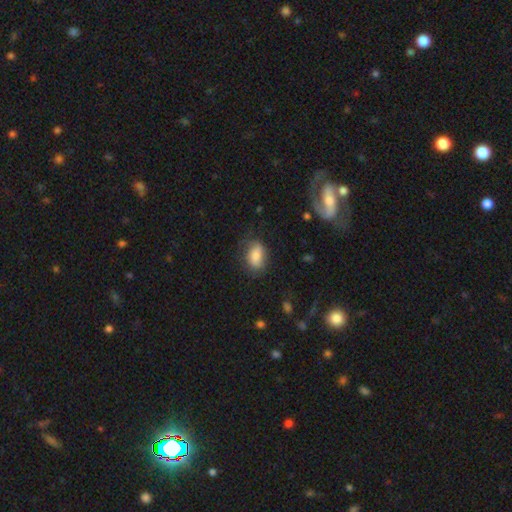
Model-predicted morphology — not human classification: A smooth galaxy with no disk features (79%) that is in between round and cigar-shaped (84%). Merging: none (68%).